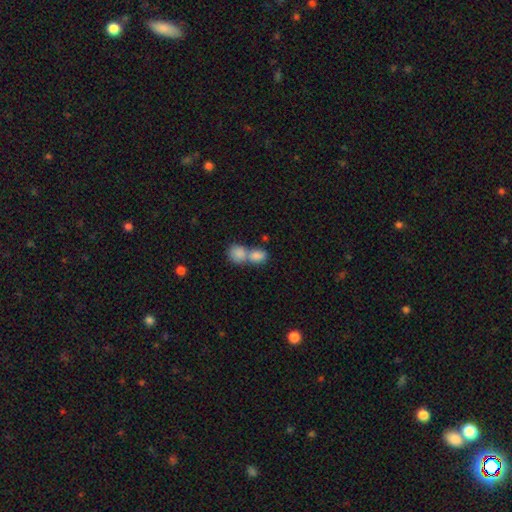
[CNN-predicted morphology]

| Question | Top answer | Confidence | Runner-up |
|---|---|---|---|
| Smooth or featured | smooth | 81% | star or artifact (10%) |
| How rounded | in between | 50% | round (48%) |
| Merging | merger | 65% | none (26%) |